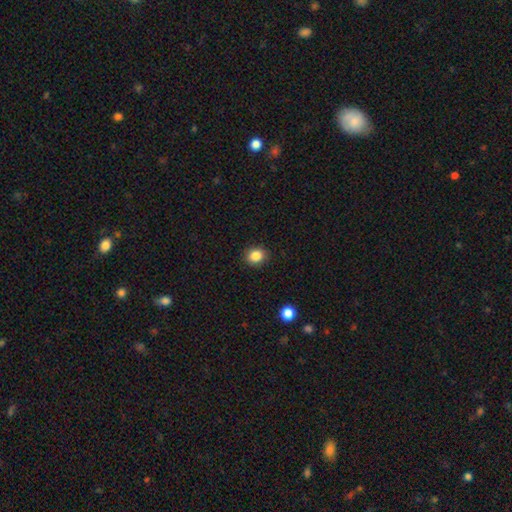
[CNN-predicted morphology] This appears to be a smooth galaxy with no disk features (86%) that is round (67%). Merging: none (89%).